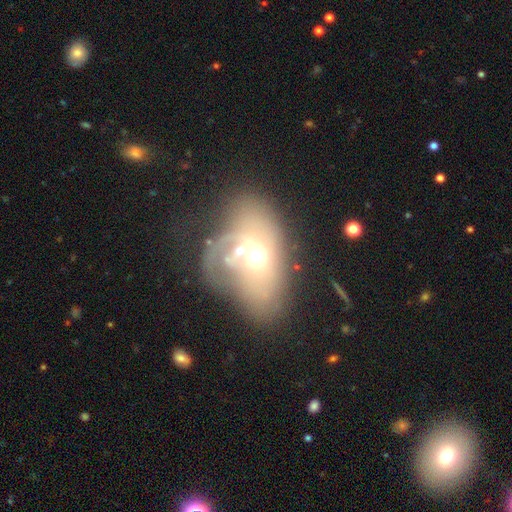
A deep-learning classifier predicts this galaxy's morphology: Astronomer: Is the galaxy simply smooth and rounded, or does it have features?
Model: featured or disk — 49% (runner-up: smooth, 38%).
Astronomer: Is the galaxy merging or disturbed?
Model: major disturbance — 29% (runner-up: merger, 28%).